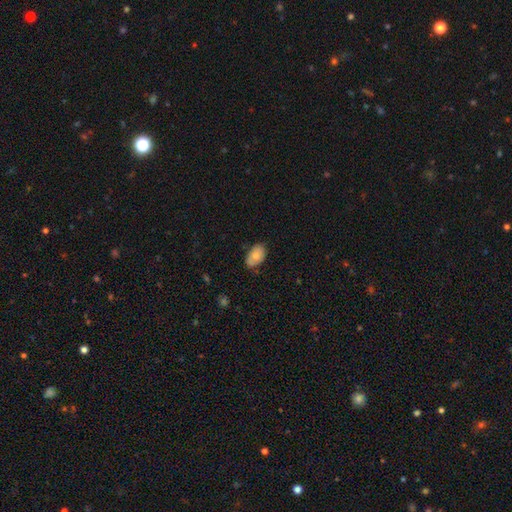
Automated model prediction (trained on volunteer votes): Smooth or featured? Predicted: smooth (p=0.75). How rounded? Predicted: in between (p=0.91). Merging? Predicted: none (p=0.71).